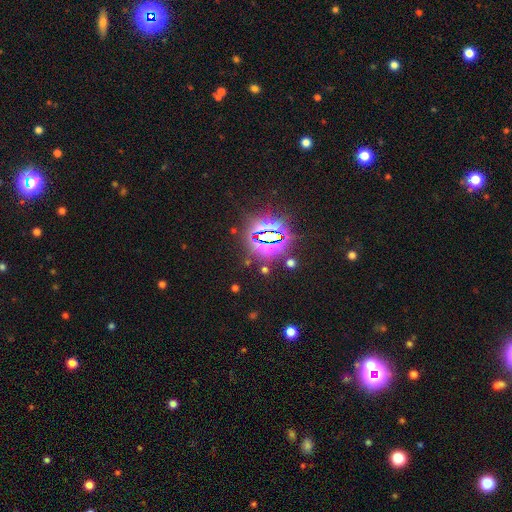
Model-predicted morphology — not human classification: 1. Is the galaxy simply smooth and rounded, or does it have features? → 82% star or artifact, 11% smooth, 7% featured or disk.